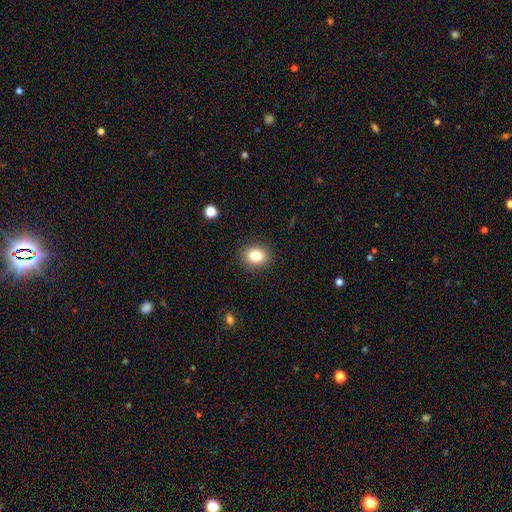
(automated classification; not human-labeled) This appears to be a smooth galaxy with no disk features (82%) that is round (53%). Merging: none (90%).